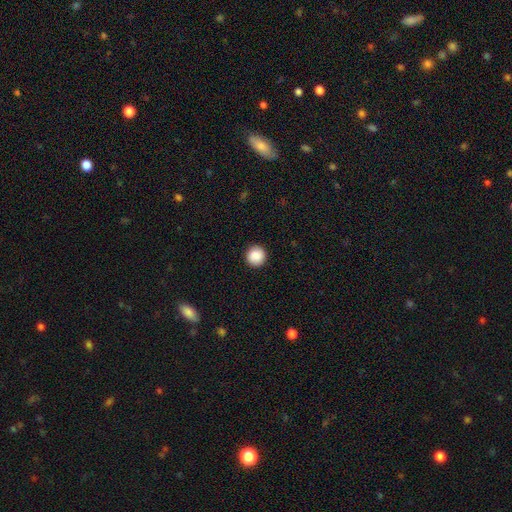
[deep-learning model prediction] This appears to be a smooth galaxy with no disk features (88%) that is round (95%). Merging: none (92%).